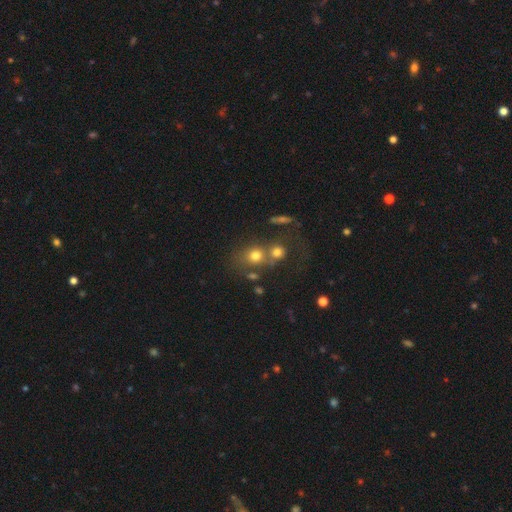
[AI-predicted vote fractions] Morphology: type=smooth (71%); roundness=round (75%); merging=merger (44%).